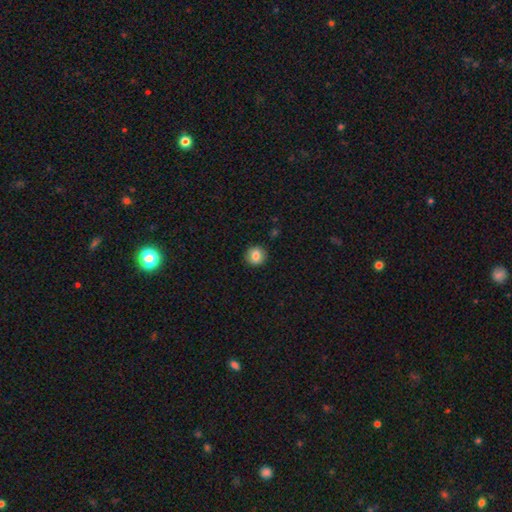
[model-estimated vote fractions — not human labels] Smooth or featured: smooth — 83% (star or artifact — 9%)
How rounded: round — 88% (in between — 11%)
Merging: none — 90% (minor disturbance — 7%)